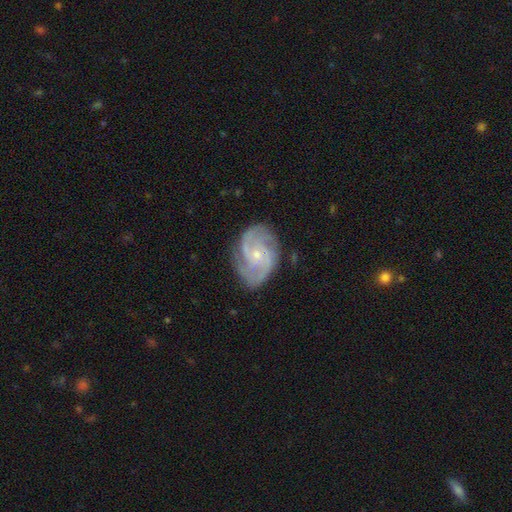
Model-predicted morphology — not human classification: The model was most divided on "spiral arm count": 2: 36%, 3: 35%, can't tell: 12%, 4: 9%, more than 4: 5%, 1: 5%. Remaining: spiral arms — yes (98%); edge-on disk — no (97%); smooth or featured — featured or disk (88%); merging — none (78%); bulge size — small (74%); bar — no (65%); spiral winding — tight (47%).